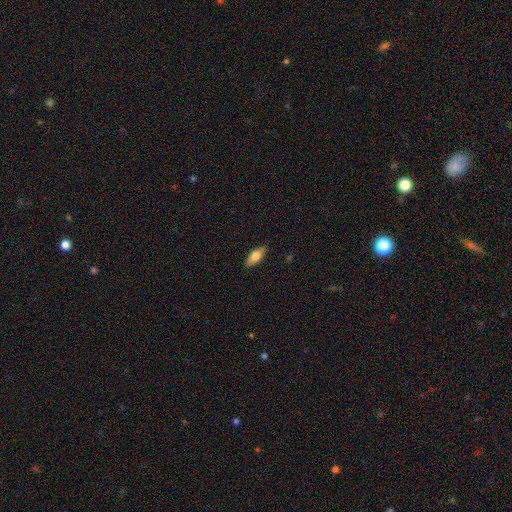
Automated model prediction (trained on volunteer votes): A smooth galaxy with no disk features (67%) that is in between round and cigar-shaped (75%). Merging: none (88%).